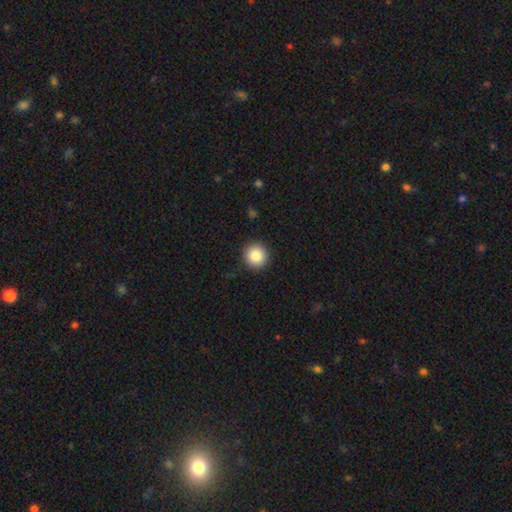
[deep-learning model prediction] Smooth or featured?
  - smooth: 87% *
  - star or artifact: 9%
  - featured or disk: 4%
How rounded?
  - round: 94% *
  - in between: 5%
  - cigar-shaped: 1%
Merging?
  - none: 91% *
  - minor disturbance: 6%
  - major disturbance: 2%
  - merger: 1%